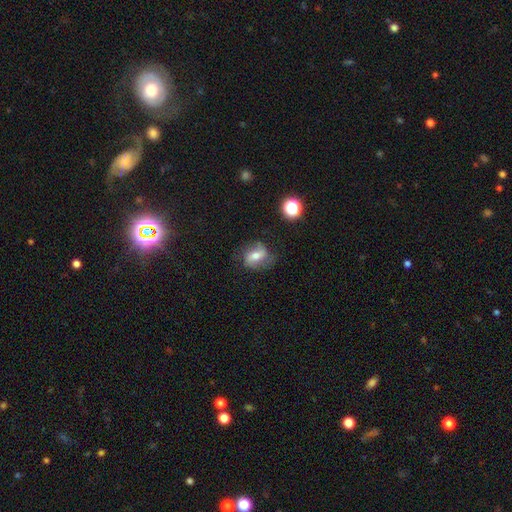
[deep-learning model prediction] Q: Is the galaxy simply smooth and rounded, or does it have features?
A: featured or disk — 47%.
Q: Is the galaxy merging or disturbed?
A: none — 65%.